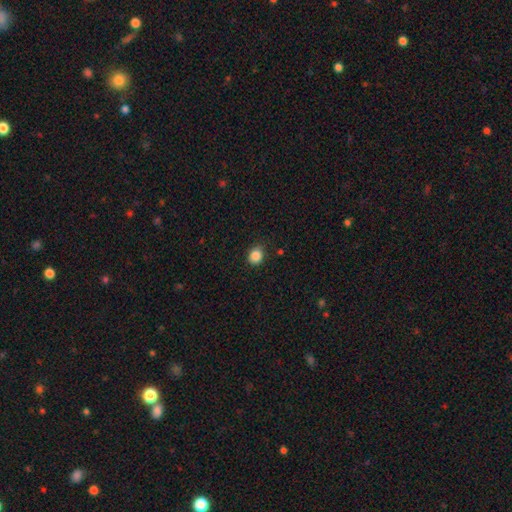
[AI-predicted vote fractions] Smooth or featured: smooth — 87% (star or artifact — 10%)
How rounded: round — 67% (in between — 32%)
Merging: none — 84% (minor disturbance — 12%)